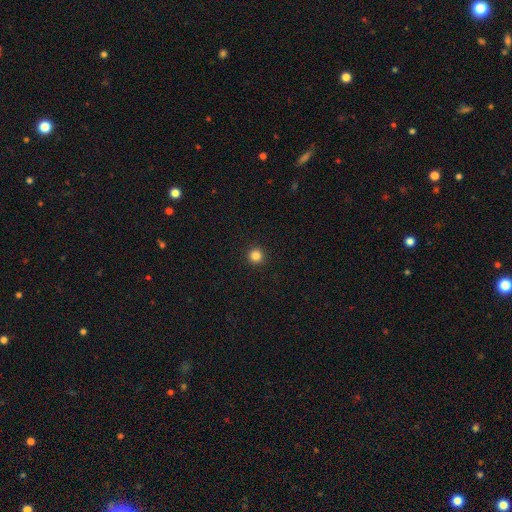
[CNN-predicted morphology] The model was most divided on "smooth or featured": smooth: 84%, star or artifact: 12%, featured or disk: 4%. More confident: how rounded — round (96%); merging — none (93%).